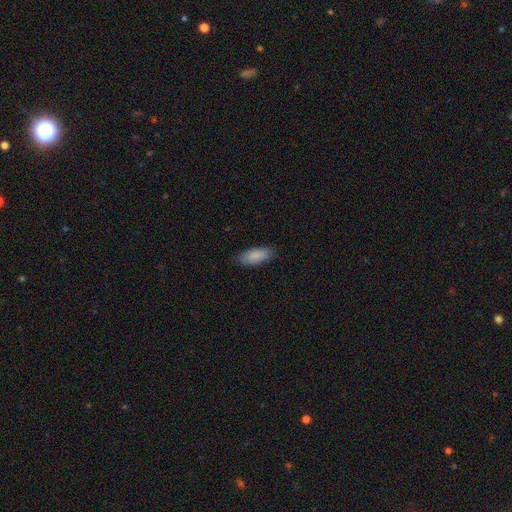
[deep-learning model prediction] Smooth or featured: smooth — 89% (featured or disk — 6%)
How rounded: in between — 80% (cigar-shaped — 18%)
Merging: none — 85% (minor disturbance — 12%)